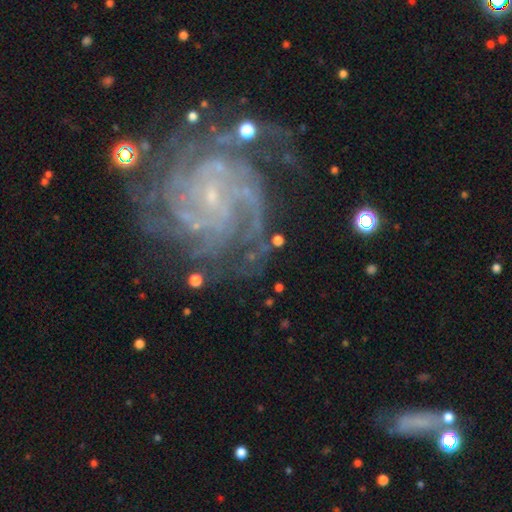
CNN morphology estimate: A featured or disk galaxy (89%) with no bar (54%), 4 (28%) tight (68%) spiral arms (98%) and a small central bulge (83%).

Vote fractions:
- Smooth or featured? featured or disk: 89% / star or artifact: 7% / smooth: 4%
- Edge-on disk? no: 98% / yes: 2%
- Bar? no: 54% / weak: 36% / strong: 10%
- Spiral arms? yes: 98% / no: 2%
- Spiral winding? tight: 68% / medium: 27% / loose: 5%
- Spiral arm count? 4: 28% / can't tell: 20% / more than 4: 16% / 3: 16% / 2: 11% / 1: 8%
- Bulge size? small: 83% / none: 9% / moderate: 6% / large: 1% / dominant: 1%
- Merging? none: 66% / minor disturbance: 18% / major disturbance: 12% / merger: 4%